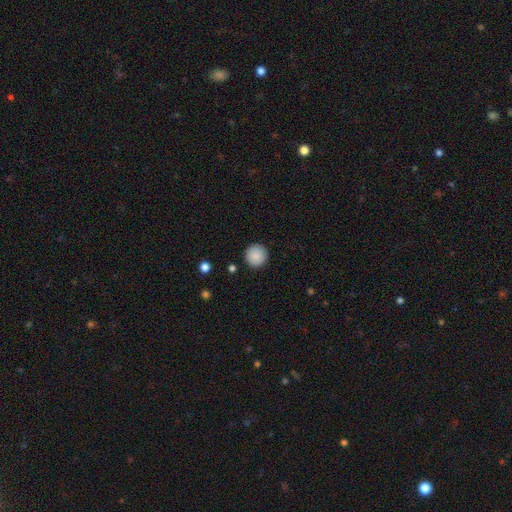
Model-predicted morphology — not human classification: This appears to be a smooth galaxy with no disk features (89%) that is round (96%). Merging: none (92%).